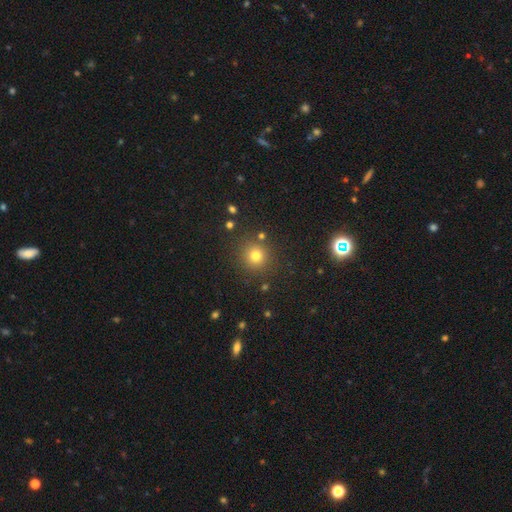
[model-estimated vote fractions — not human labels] This is likely a smooth galaxy (75%). How rounded: clearly round (93%). Merging: clearly none (87%).